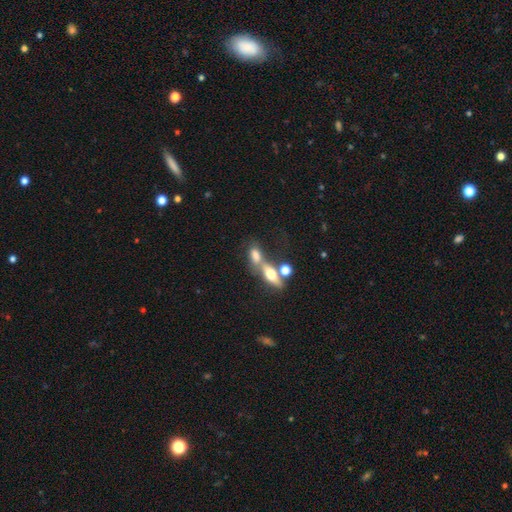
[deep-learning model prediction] smooth-or-featured: smooth: 62% | featured or disk: 27% | star or artifact: 11%
  how-rounded: in between: 68% | cigar-shaped: 19% | round: 13%
  merging: merger: 56% | none: 26% | minor disturbance: 10% | major disturbance: 8%